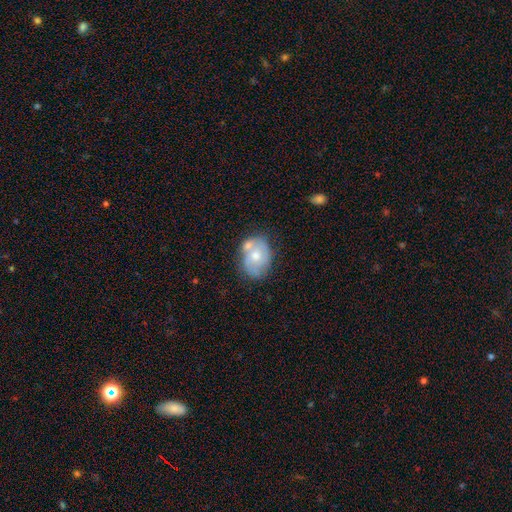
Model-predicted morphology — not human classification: Smooth or featured? Predicted: smooth (p=0.50). Merging? Predicted: none (p=0.43).